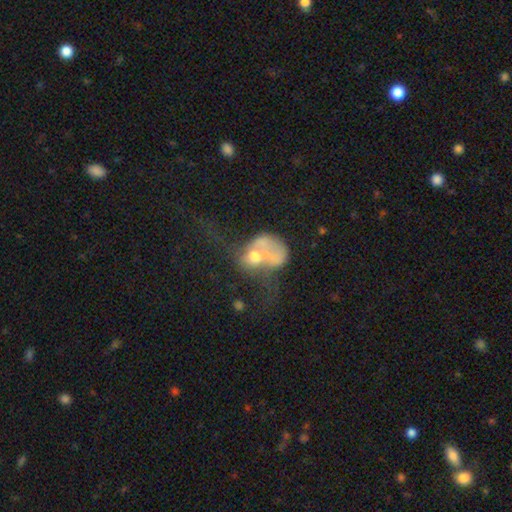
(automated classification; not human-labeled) A smooth galaxy with no disk features (46%).

Vote fractions:
- Smooth or featured? smooth: 46% / featured or disk: 41% / star or artifact: 12%
- Merging? merger: 48% / major disturbance: 31% / none: 12% / minor disturbance: 9%